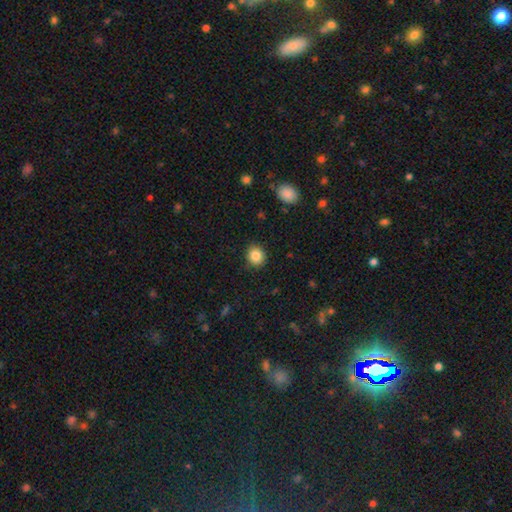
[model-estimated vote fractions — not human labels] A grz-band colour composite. It shows a smooth galaxy with no disk features (85%) that is round (84%). Merging: none (89%).